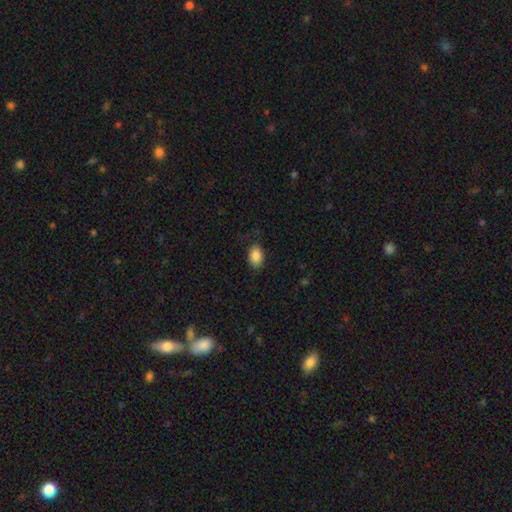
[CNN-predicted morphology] smooth 87%, star or artifact 8%, featured or disk 5%. Down the decision tree: how rounded — in between (85%); merging — none (79%).